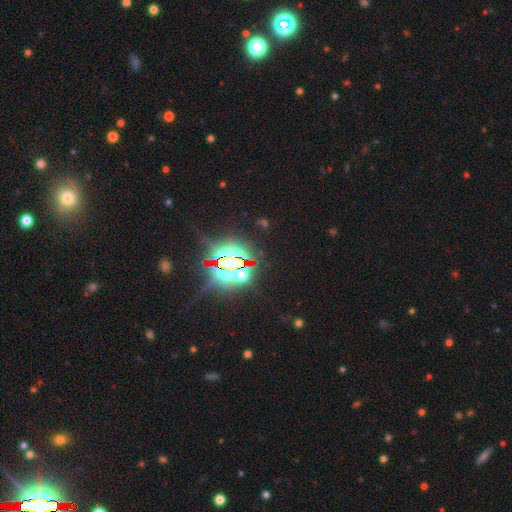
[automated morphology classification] Smooth or featured? Predicted: star or artifact (p=0.86).